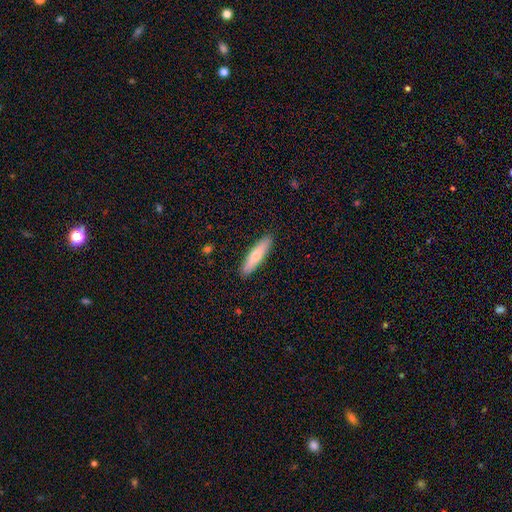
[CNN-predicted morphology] Smooth or featured? Predicted: smooth (p=0.70). How rounded? Predicted: cigar-shaped (p=0.82). Merging? Predicted: none (p=0.90).